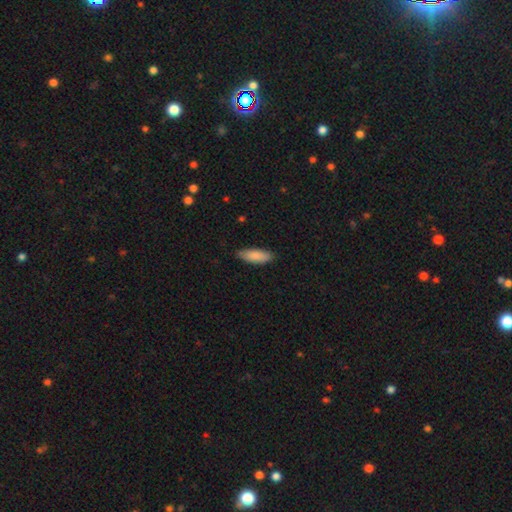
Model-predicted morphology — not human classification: A smooth galaxy with no disk features (87%) that is in between round and cigar-shaped (66%).

Vote fractions:
- Smooth or featured? smooth: 87% / featured or disk: 7% / star or artifact: 5%
- How rounded? in between: 66% / cigar-shaped: 33% / round: 2%
- Merging? none: 84% / minor disturbance: 13% / major disturbance: 2% / merger: 1%